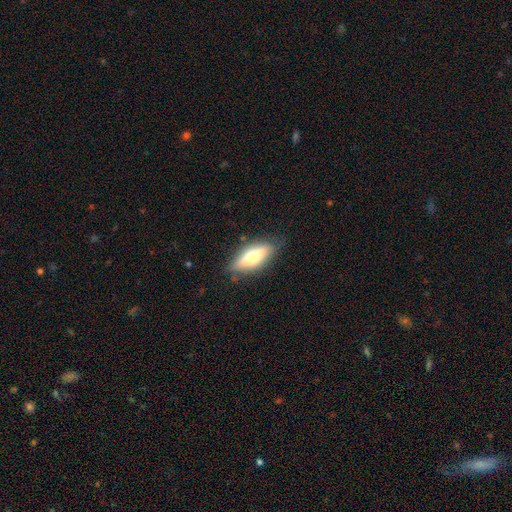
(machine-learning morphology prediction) smooth_or_featured: smooth (p=0.61) [alt: featured or disk p=0.32]
how_rounded: in between (p=0.66) [alt: cigar-shaped p=0.31]
merging: none (p=0.81) [alt: minor disturbance p=0.15]